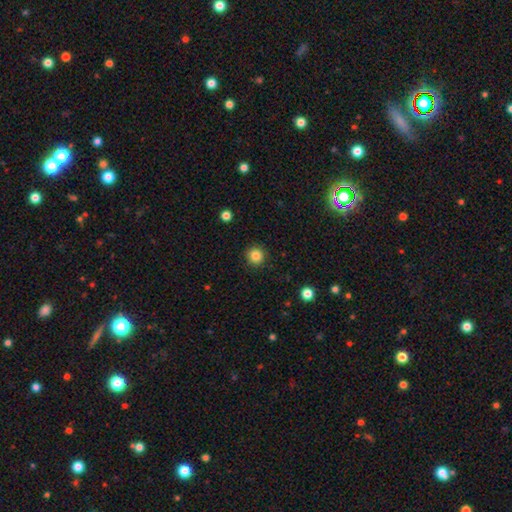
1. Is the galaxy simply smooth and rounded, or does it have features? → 88% smooth, 10% star or artifact, 2% featured or disk.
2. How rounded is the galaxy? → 97% round, 3% in between, 0% cigar-shaped.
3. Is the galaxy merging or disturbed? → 89% none, 6% minor disturbance, 3% major disturbance, 3% merger.